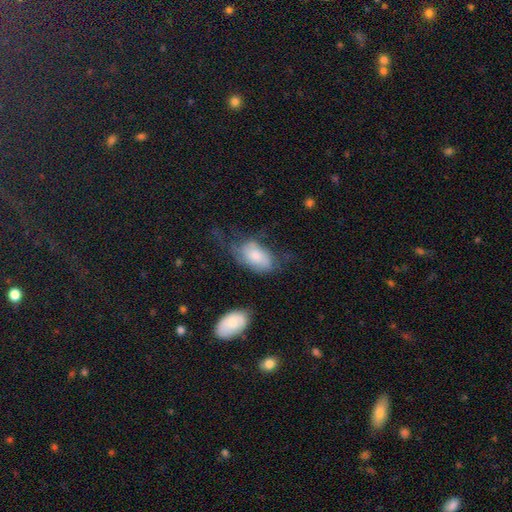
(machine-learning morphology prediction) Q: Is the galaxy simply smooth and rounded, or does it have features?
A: smooth — 61%.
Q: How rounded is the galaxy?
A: in between — 92%.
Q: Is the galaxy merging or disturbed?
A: major disturbance — 36%.